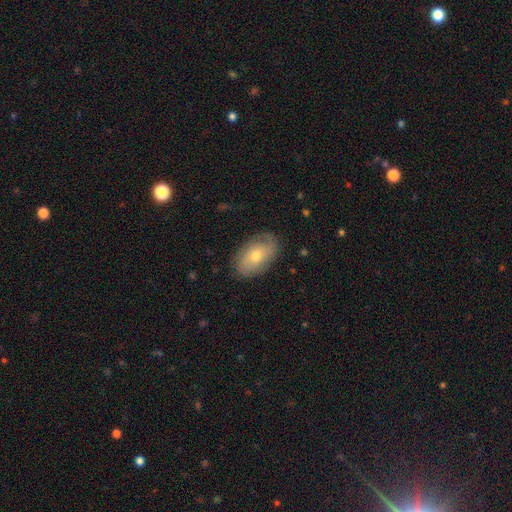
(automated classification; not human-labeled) Overall: smooth (55%; featured or disk 38%). How rounded: in between (91%). Merging: none (78%).